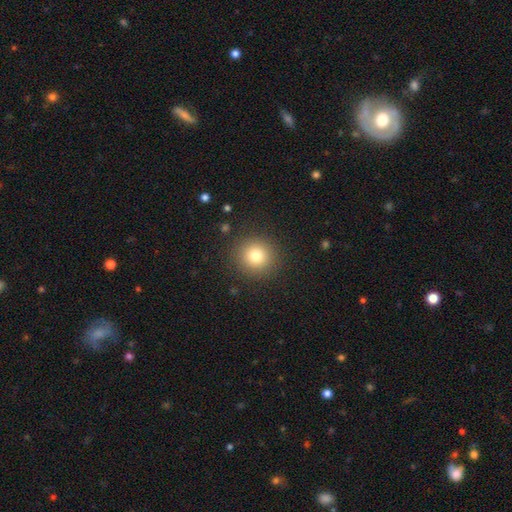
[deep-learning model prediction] smooth-or-featured: smooth: 79% | star or artifact: 12% | featured or disk: 9%
  how-rounded: round: 93% | in between: 6% | cigar-shaped: 1%
  merging: none: 89% | minor disturbance: 6% | major disturbance: 3% | merger: 1%